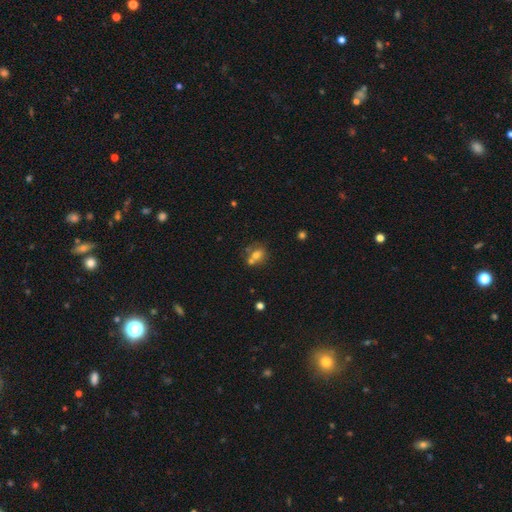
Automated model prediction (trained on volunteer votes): Smooth or featured? smooth (69%)
How rounded? in between (55%)
Merging? none (44%)